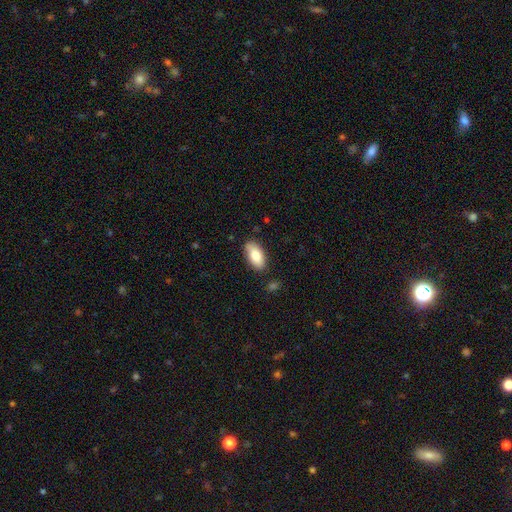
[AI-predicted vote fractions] smooth_or_featured: smooth (p=0.84) [alt: featured or disk p=0.09]
how_rounded: in between (p=0.92) [alt: cigar-shaped p=0.05]
merging: none (p=0.83) [alt: minor disturbance p=0.13]